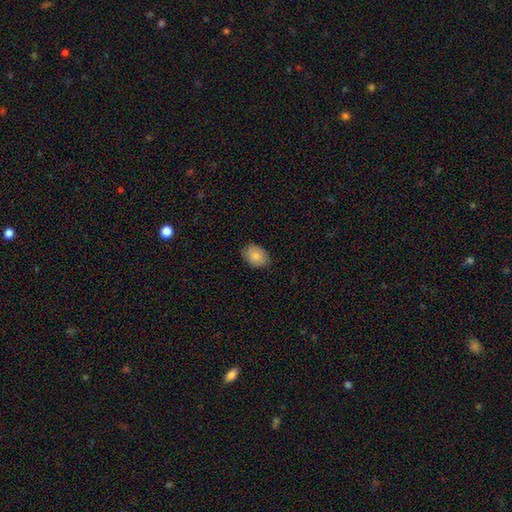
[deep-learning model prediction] Smooth or featured? smooth (84%)
How rounded? in between (76%)
Merging? none (84%)